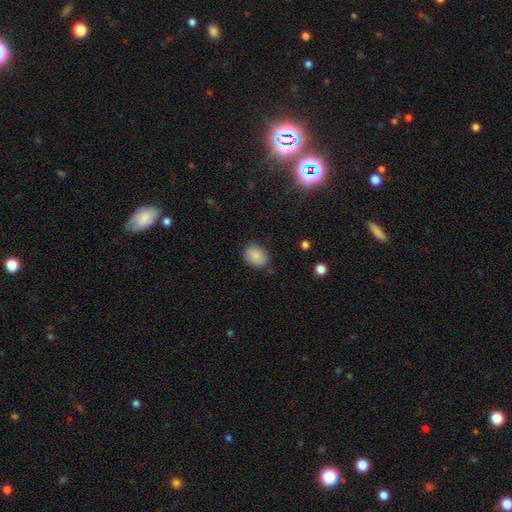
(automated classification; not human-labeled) This appears to be a smooth galaxy with no disk features (88%) that is in between round and cigar-shaped (62%). Merging: none (80%).